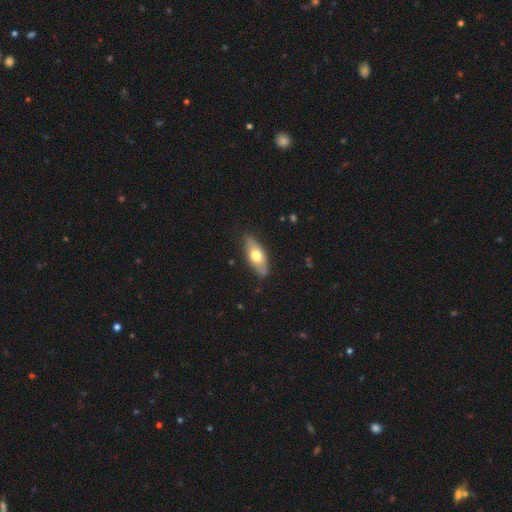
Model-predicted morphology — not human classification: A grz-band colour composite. It shows a smooth galaxy with no disk features (63%) that is in between round and cigar-shaped (79%). Merging: none (84%).